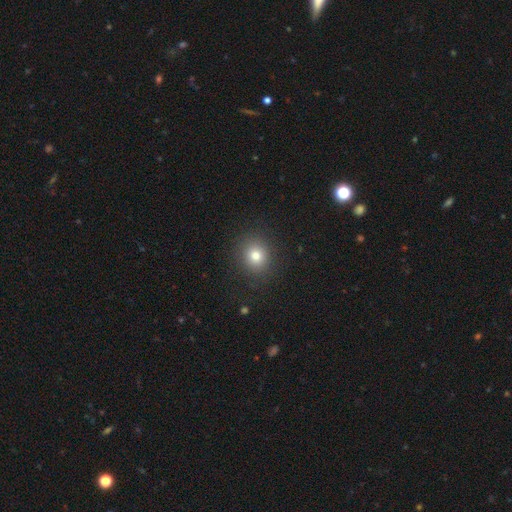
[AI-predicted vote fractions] A smooth galaxy with no disk features (79%) that is round (80%). Merging: none (88%).